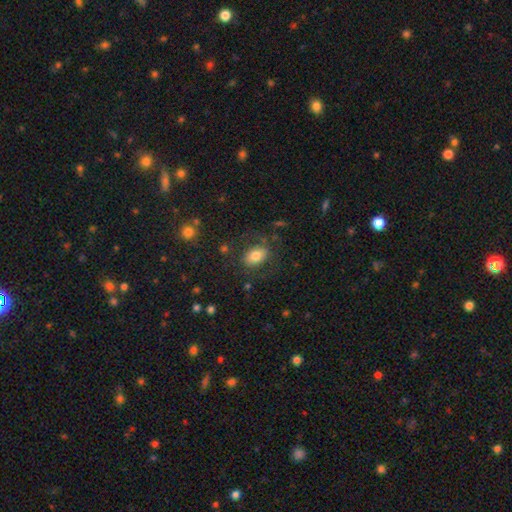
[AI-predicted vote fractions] Smooth or featured? smooth (74%)
How rounded? in between (84%)
Merging? none (72%)